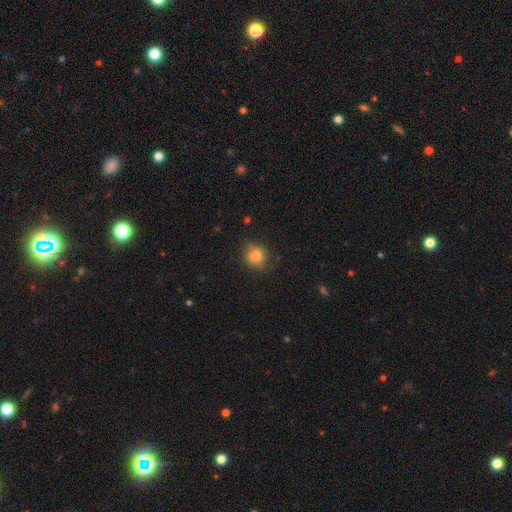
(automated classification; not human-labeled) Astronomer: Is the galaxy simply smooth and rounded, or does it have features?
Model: smooth — 78%.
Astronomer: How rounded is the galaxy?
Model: round — 77%.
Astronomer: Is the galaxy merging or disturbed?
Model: none — 76%.